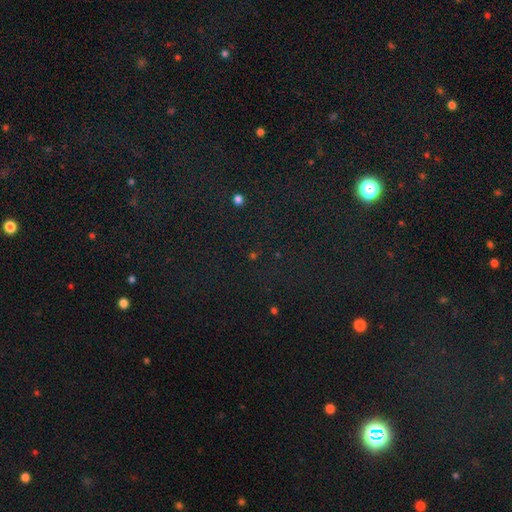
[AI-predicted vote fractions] smooth_or_featured: star or artifact (p=0.76) [alt: smooth p=0.16]